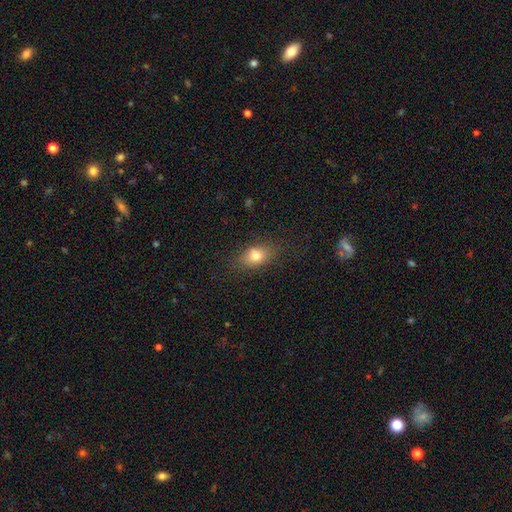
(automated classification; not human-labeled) smooth-or-featured: smooth: 78% | featured or disk: 11% | star or artifact: 11%
  how-rounded: in between: 76% | round: 21% | cigar-shaped: 3%
  merging: none: 79% | minor disturbance: 14% | major disturbance: 5% | merger: 2%